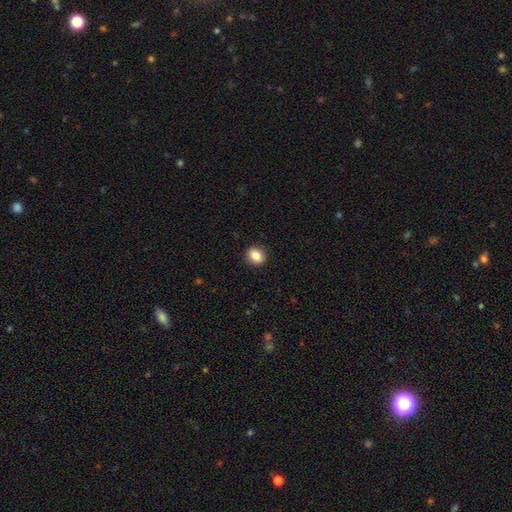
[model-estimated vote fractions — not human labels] Smooth or featured? Predicted: smooth (p=0.86). How rounded? Predicted: round (p=0.70). Merging? Predicted: none (p=0.91).